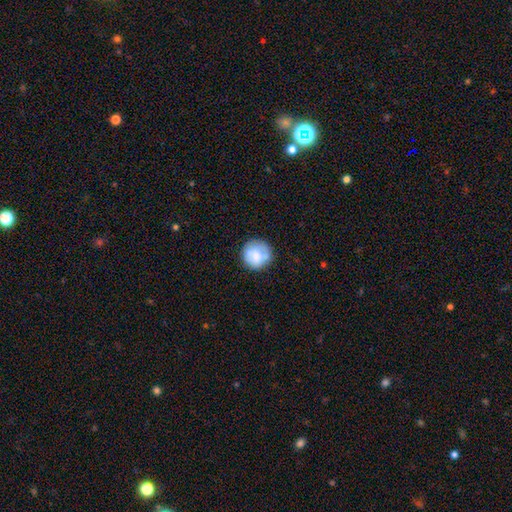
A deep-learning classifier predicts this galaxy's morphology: Overall: smooth (76%). How rounded: round (91%). Merging: none (74%).